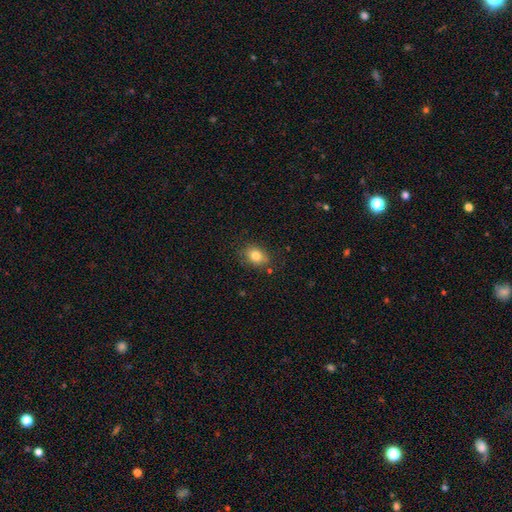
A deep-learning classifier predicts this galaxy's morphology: The model was most divided on "how rounded": in between: 61%, round: 38%, cigar-shaped: 1%. More confident: smooth or featured — smooth (82%); merging — none (77%).